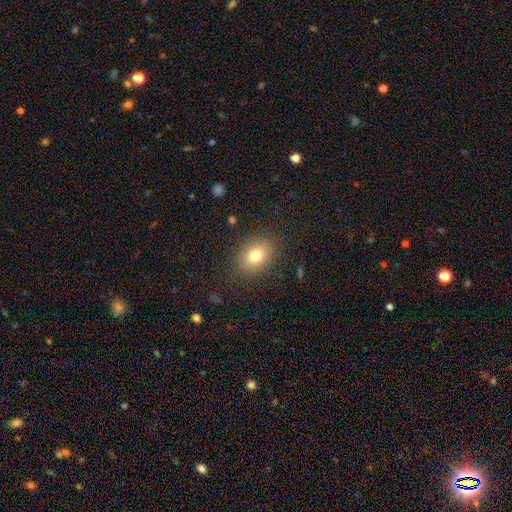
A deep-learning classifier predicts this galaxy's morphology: smooth_or_featured: smooth (p=0.78) [alt: star or artifact p=0.11]
how_rounded: in between (p=0.56) [alt: round p=0.43]
merging: none (p=0.85) [alt: minor disturbance p=0.10]